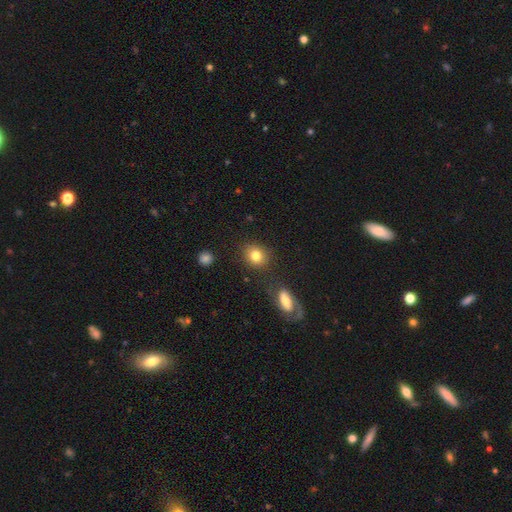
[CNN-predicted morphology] This is clearly a smooth galaxy (82%). How rounded: likely round (75%). Merging: clearly none (80%).